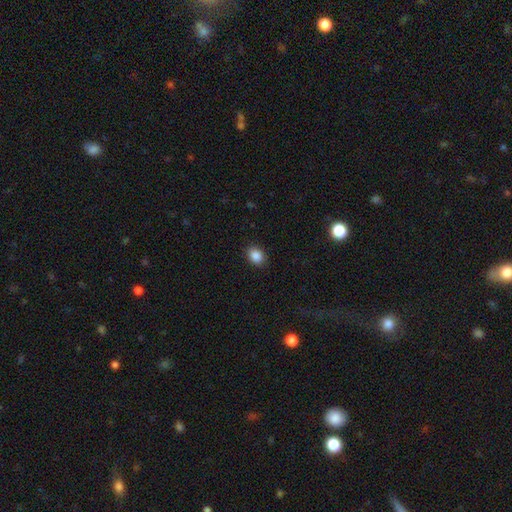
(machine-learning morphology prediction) This is clearly a smooth galaxy (88%). How rounded: likely in between (62%). Merging: clearly none (88%).